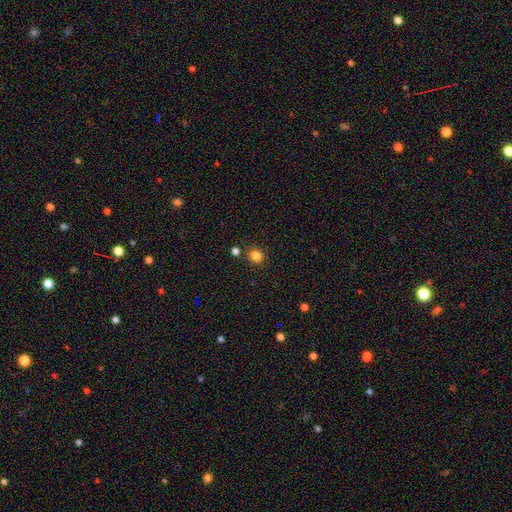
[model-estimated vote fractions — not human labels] Morphology: type=smooth (83%); roundness=round (85%); merging=none (85%).